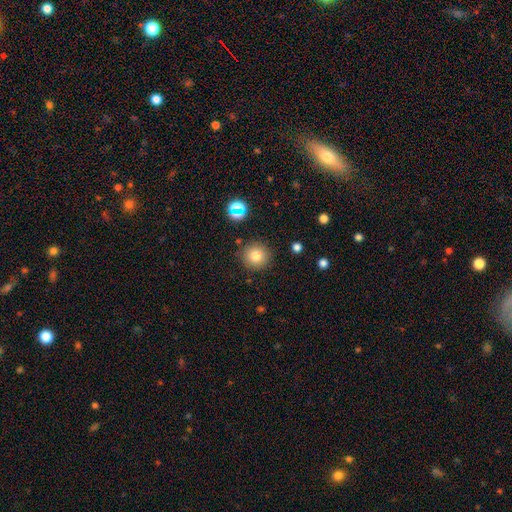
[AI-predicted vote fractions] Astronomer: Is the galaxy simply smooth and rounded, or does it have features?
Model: smooth — 77%.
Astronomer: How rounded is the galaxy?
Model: round — 94%.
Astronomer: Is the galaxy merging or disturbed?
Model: none — 87%.